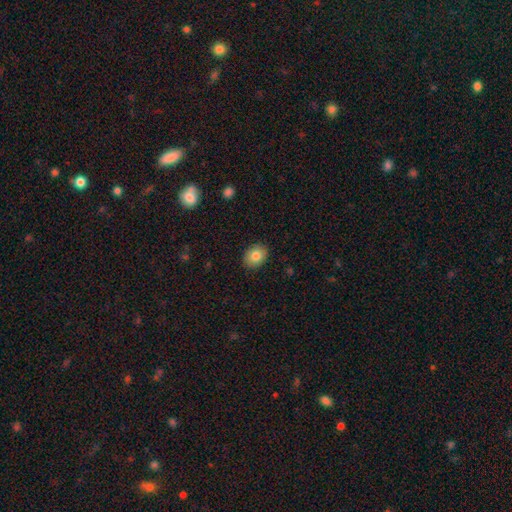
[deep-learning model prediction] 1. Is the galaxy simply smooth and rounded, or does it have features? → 82% smooth, 9% featured or disk, 8% star or artifact.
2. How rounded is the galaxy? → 55% in between, 44% round, 1% cigar-shaped.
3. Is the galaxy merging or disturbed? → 89% none, 8% minor disturbance, 2% major disturbance, 1% merger.